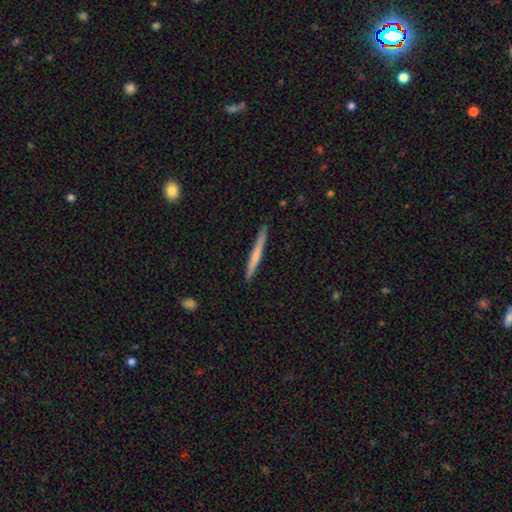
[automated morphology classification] Q: Smooth or featured?
A: smooth (57%); runner-up: featured or disk (38%)
Q: How rounded?
A: cigar-shaped (97%); runner-up: in between (2%)
Q: Merging?
A: none (90%); runner-up: minor disturbance (8%)